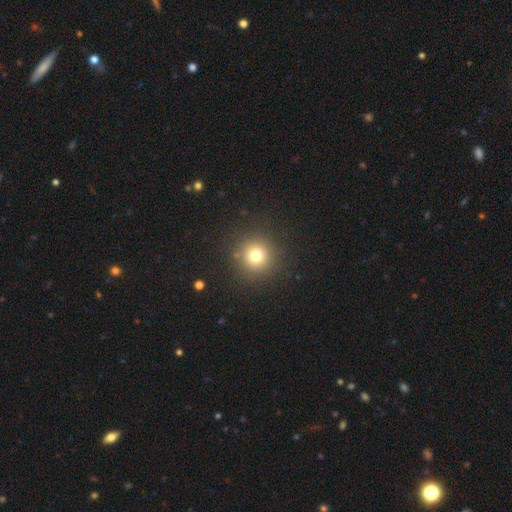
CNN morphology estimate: Smooth or featured?
  - smooth: 75% *
  - star or artifact: 16%
  - featured or disk: 9%
How rounded?
  - round: 95% *
  - in between: 4%
  - cigar-shaped: 1%
Merging?
  - none: 89% *
  - minor disturbance: 6%
  - major disturbance: 3%
  - merger: 2%